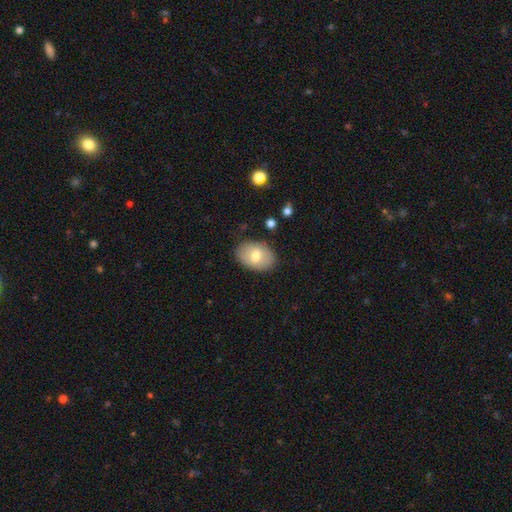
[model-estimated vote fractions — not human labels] Overall: smooth (69%). How rounded: in between (82%). Merging: none (84%).